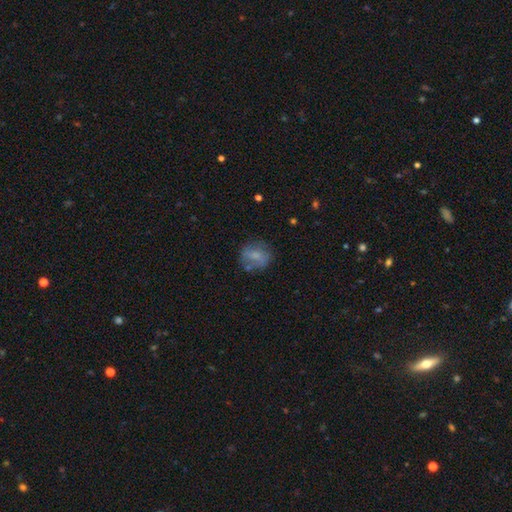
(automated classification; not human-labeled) The model was most divided on "how rounded": round: 68%, in between: 30%, cigar-shaped: 2%. More confident: smooth or featured — smooth (65%); merging — none (64%).